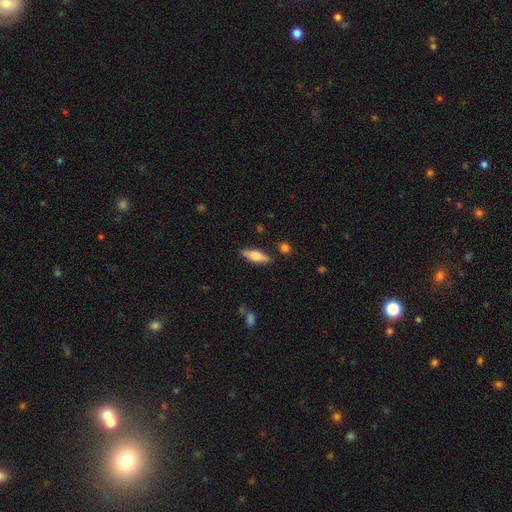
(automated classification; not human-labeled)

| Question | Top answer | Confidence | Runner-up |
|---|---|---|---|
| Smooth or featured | smooth | 55% | featured or disk (39%) |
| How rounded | cigar-shaped | 52% | in between (46%) |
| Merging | none | 85% | minor disturbance (10%) |